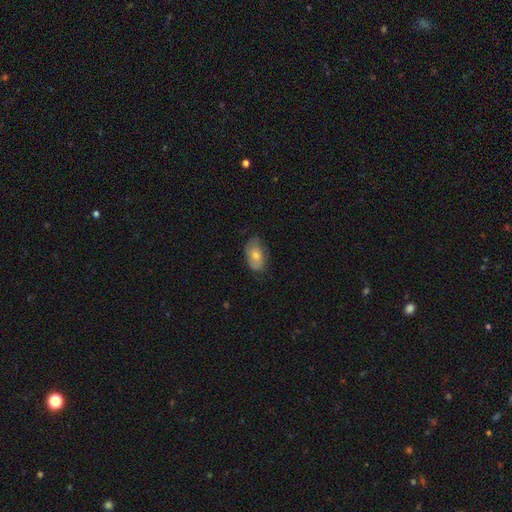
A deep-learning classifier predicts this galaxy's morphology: smooth-or-featured: smooth: 71% | featured or disk: 22% | star or artifact: 7%
  how-rounded: in between: 92% | round: 6% | cigar-shaped: 2%
  merging: none: 66% | minor disturbance: 27% | major disturbance: 6% | merger: 1%